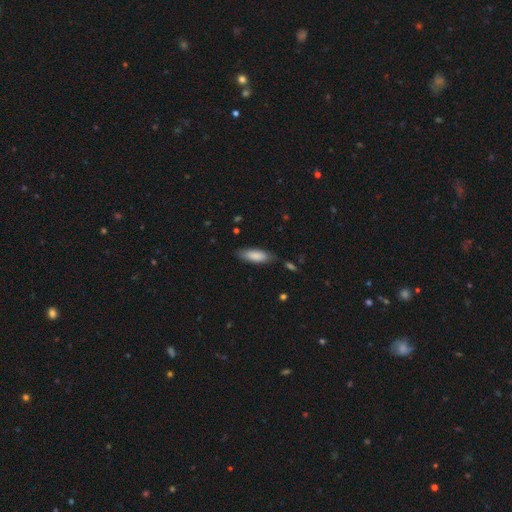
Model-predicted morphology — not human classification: Q: Smooth or featured?
A: smooth (85%); runner-up: featured or disk (10%)
Q: How rounded?
A: in between (63%); runner-up: cigar-shaped (35%)
Q: Merging?
A: none (79%); runner-up: minor disturbance (15%)